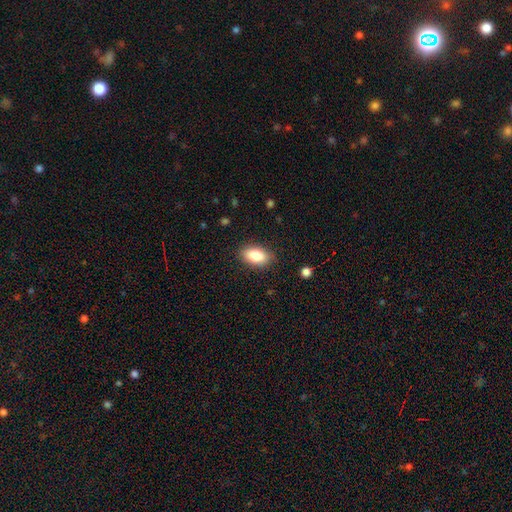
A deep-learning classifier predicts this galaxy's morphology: This is clearly a smooth galaxy (84%). How rounded: clearly in between (91%). Merging: clearly none (87%).